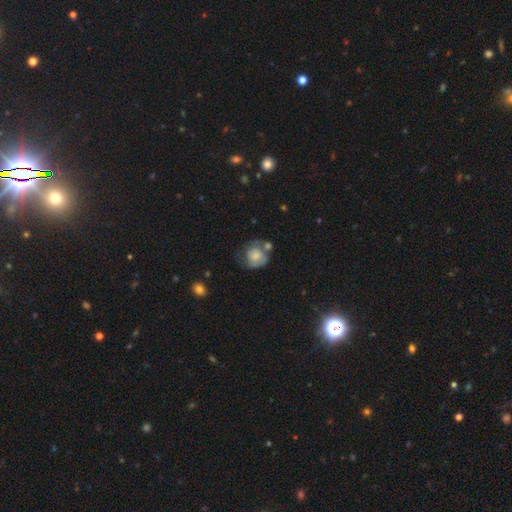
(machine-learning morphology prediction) Smooth or featured? smooth (56%)
How rounded? round (77%)
Merging? none (40%)